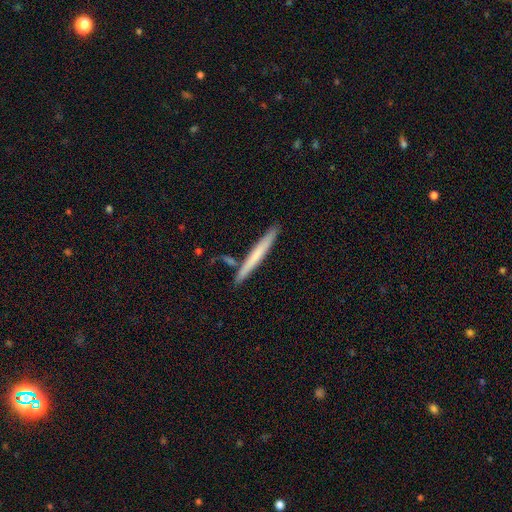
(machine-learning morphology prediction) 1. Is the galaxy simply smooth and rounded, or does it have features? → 60% smooth, 35% featured or disk, 5% star or artifact.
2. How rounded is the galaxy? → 97% cigar-shaped, 2% in between, 1% round.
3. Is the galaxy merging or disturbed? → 85% none, 9% minor disturbance, 5% merger, 2% major disturbance.